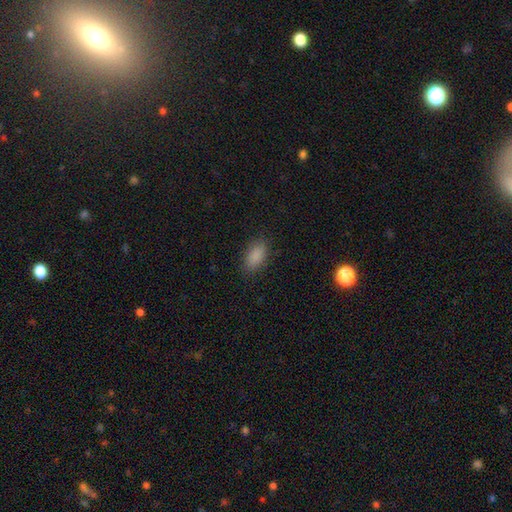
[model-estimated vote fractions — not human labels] smooth-or-featured: smooth: 87% | star or artifact: 9% | featured or disk: 4%
  how-rounded: in between: 90% | cigar-shaped: 5% | round: 4%
  merging: none: 86% | minor disturbance: 10% | major disturbance: 3% | merger: 1%